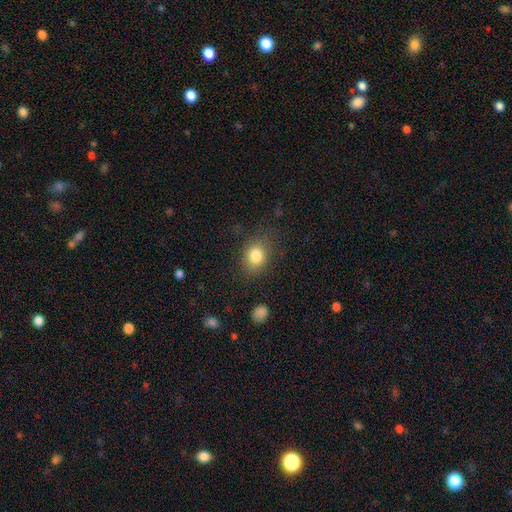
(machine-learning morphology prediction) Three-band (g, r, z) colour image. It shows a smooth galaxy with no disk features (82%) that is in between round and cigar-shaped (52%). Merging: none (77%).